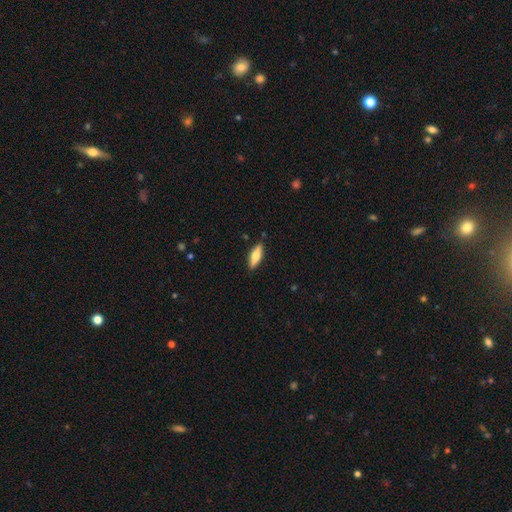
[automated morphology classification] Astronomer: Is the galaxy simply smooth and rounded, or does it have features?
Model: smooth — 60%.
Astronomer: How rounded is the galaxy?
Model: in between — 51% (runner-up: cigar-shaped, 47%).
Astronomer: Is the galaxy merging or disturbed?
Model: none — 87%.